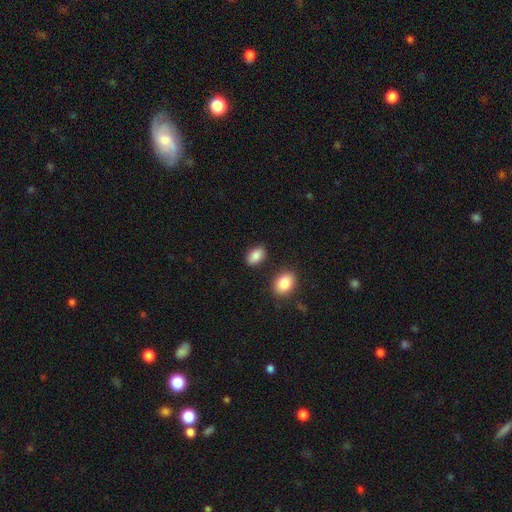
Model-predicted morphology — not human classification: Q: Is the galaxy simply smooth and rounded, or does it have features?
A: smooth — 87%.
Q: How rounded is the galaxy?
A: in between — 90%.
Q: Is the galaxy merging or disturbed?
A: none — 83%.